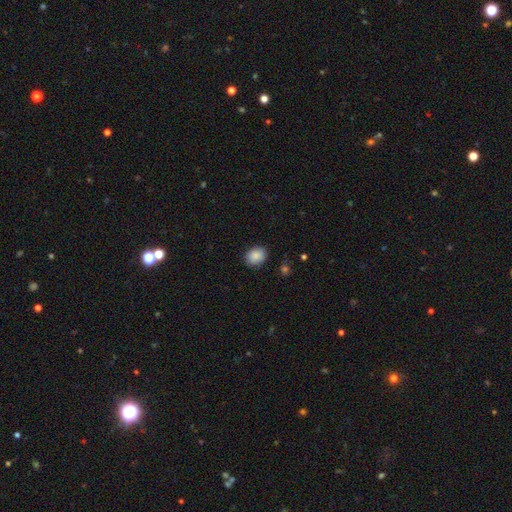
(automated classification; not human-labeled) The model was most divided on "how rounded": in between: 52%, round: 47%, cigar-shaped: 1%. More confident: smooth or featured — smooth (87%); merging — none (83%).